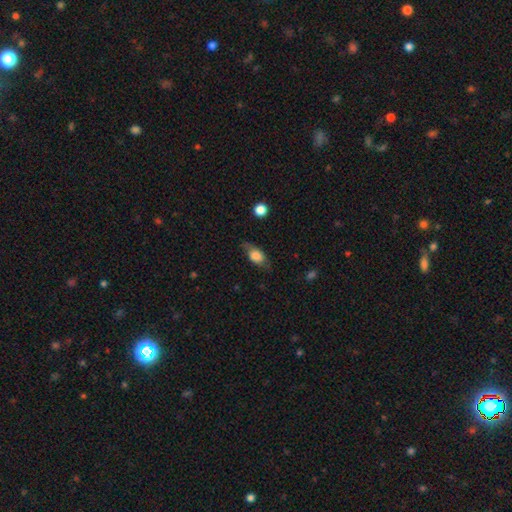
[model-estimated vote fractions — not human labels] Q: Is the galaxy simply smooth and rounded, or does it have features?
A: smooth — 71%.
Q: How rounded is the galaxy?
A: in between — 80%.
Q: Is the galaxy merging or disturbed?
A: none — 65%.